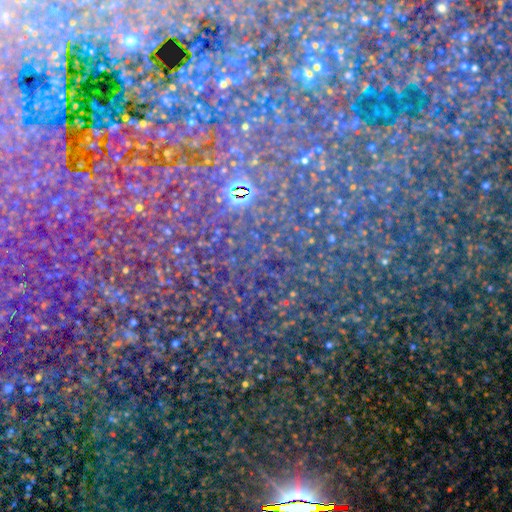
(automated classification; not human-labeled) star or artifact 79%, smooth 14%, featured or disk 8%.